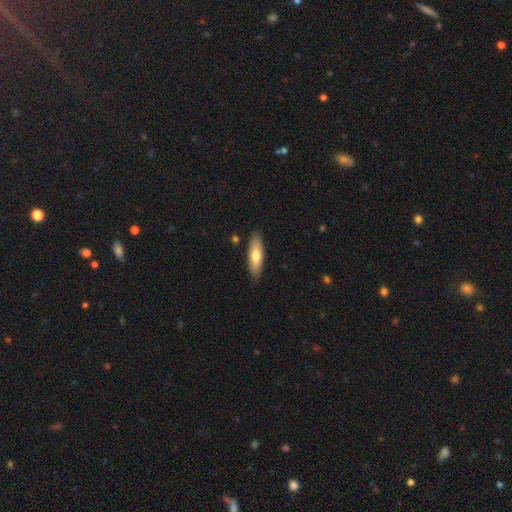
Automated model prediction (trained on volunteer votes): Smooth or featured? Predicted: smooth (p=0.71). How rounded? Predicted: cigar-shaped (p=0.51). Merging? Predicted: none (p=0.87).